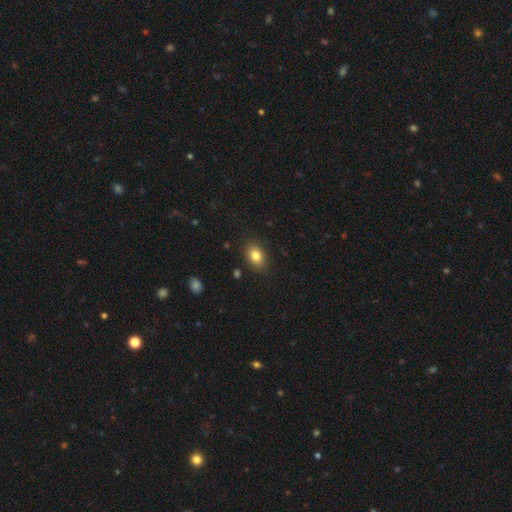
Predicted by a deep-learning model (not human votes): Smooth or featured? smooth (82%)
How rounded? in between (79%)
Merging? none (87%)